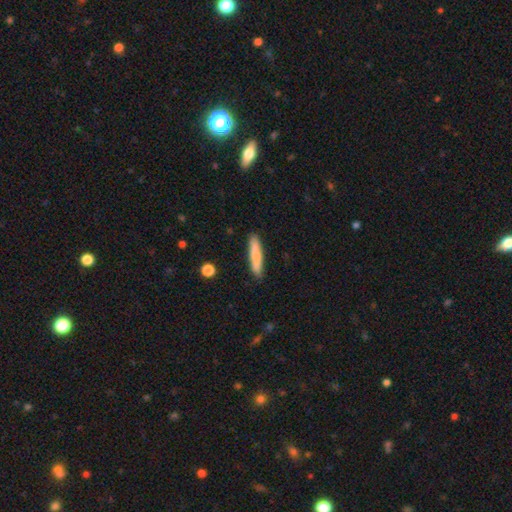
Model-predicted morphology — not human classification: This appears to be a smooth galaxy with no disk features (79%) that is cigar-shaped (89%). Merging: none (87%).